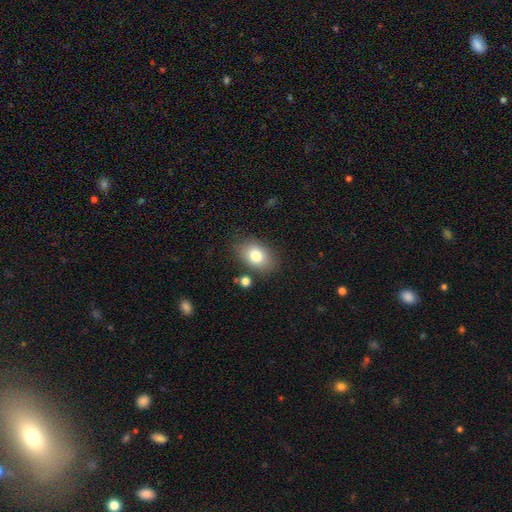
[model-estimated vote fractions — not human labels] Morphology: type=smooth (80%); roundness=in between (80%); merging=none (79%).